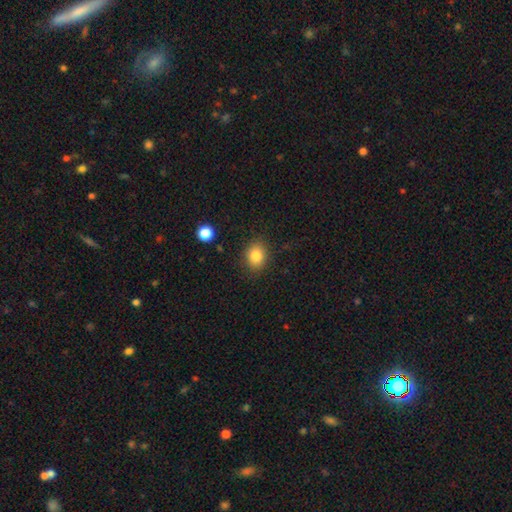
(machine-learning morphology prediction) type=smooth (84%); roundness=round (52%); merging=none (85%).